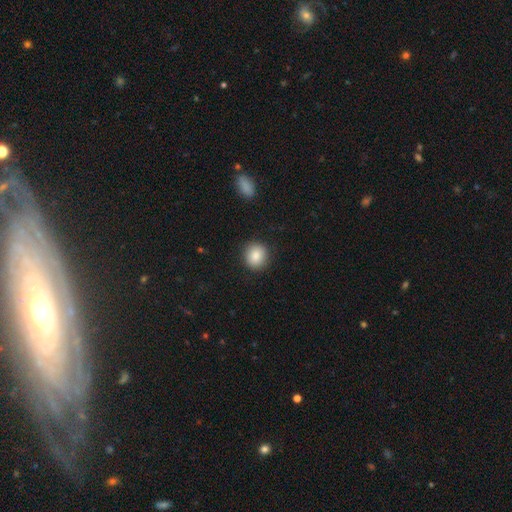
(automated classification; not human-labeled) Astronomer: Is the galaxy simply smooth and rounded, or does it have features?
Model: smooth — 86%.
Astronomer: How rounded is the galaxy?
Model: round — 86%.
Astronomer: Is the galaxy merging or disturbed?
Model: none — 89%.